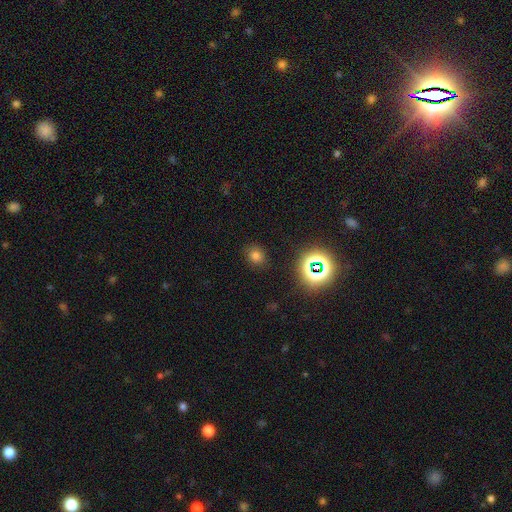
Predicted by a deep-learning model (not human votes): This appears to be a smooth galaxy with no disk features (70%) that is round (72%). Merging: none (86%).